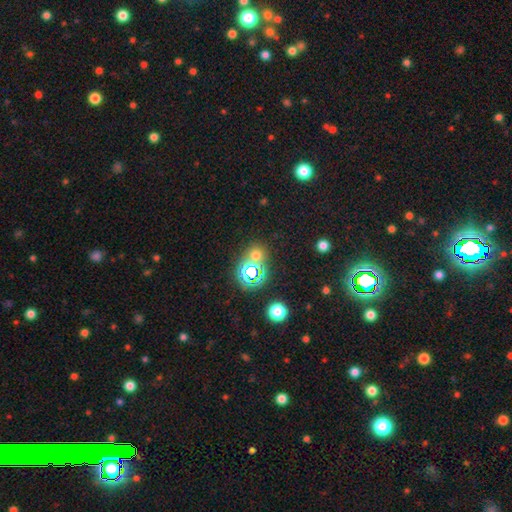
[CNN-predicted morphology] Smooth or featured?
  - smooth: 50% *
  - star or artifact: 42%
  - featured or disk: 8%
Merging?
  - none: 69% *
  - merger: 18%
  - minor disturbance: 8%
  - major disturbance: 5%